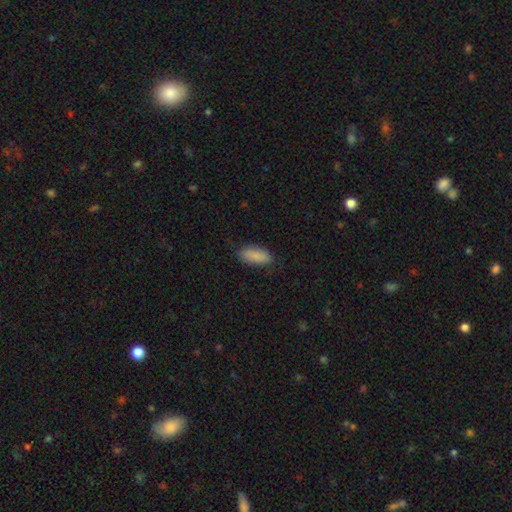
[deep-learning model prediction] Smooth or featured? smooth (88%)
How rounded? in between (86%)
Merging? none (82%)